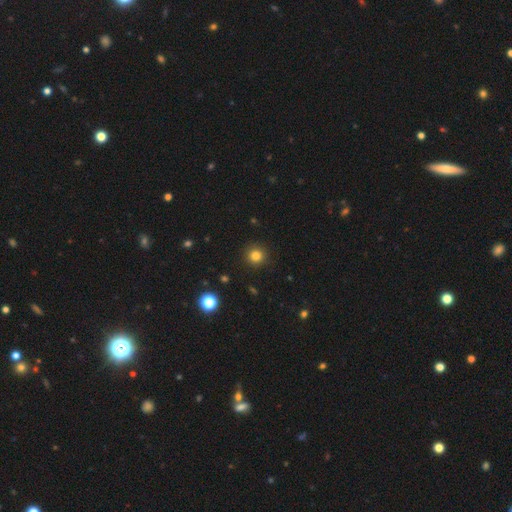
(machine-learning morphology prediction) Smooth or featured: smooth — 82% (star or artifact — 13%)
How rounded: round — 94% (in between — 5%)
Merging: none — 91% (minor disturbance — 5%)